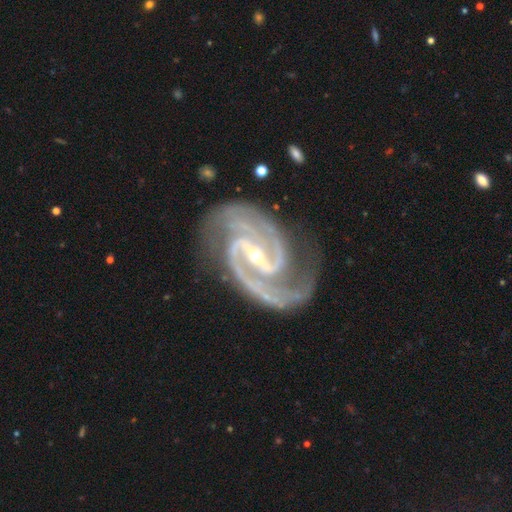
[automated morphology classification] Smooth or featured? Predicted: featured or disk (p=0.95). Edge-on disk? Predicted: no (p=0.98). Bar? Predicted: strong (p=0.57). Spiral arms? Predicted: yes (p=0.99). Spiral winding? Predicted: medium (p=0.56). Spiral arm count? Predicted: 2 (p=0.74). Bulge size? Predicted: small (p=0.69). Merging? Predicted: none (p=0.73).